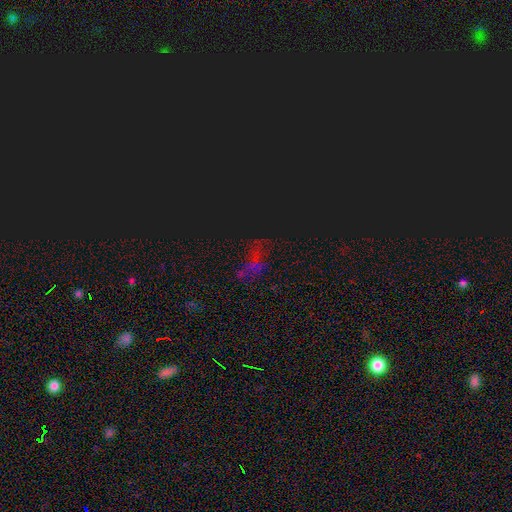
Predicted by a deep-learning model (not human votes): Smooth or featured? star or artifact (64%)